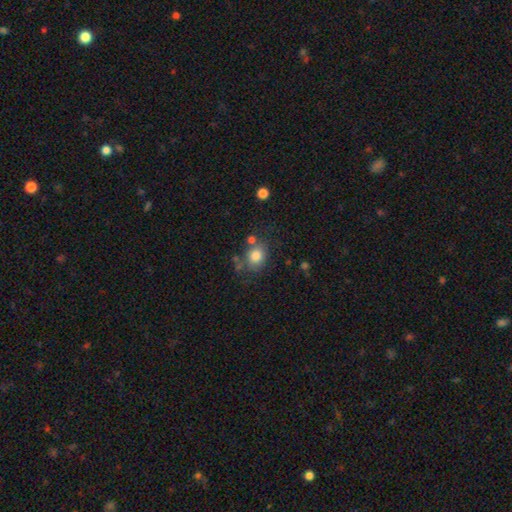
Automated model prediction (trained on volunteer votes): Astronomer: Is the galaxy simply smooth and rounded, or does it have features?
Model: smooth — 81%.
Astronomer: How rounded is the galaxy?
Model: round — 65%.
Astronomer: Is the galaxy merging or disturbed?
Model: none — 68%.